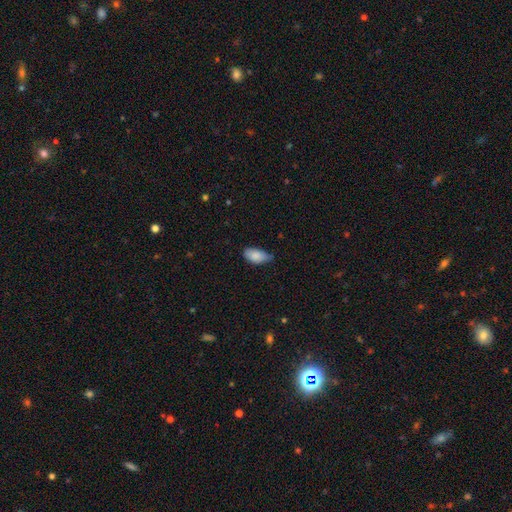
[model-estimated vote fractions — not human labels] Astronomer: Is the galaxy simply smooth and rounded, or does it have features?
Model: smooth — 86%.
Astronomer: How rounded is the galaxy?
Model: in between — 93%.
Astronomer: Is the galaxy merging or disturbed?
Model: none — 53% (runner-up: minor disturbance, 40%).